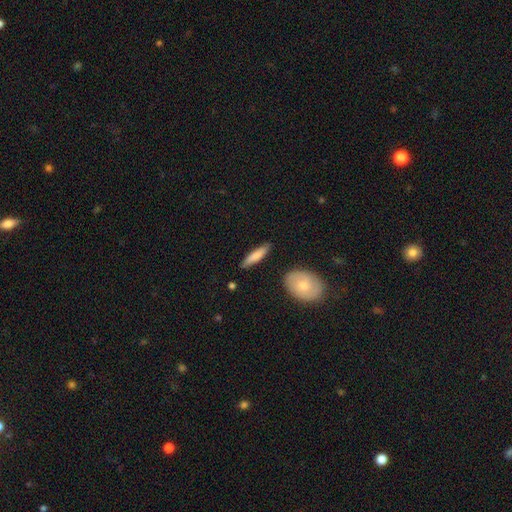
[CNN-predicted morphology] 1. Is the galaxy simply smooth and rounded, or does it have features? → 73% smooth, 22% featured or disk, 5% star or artifact.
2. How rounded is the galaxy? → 74% cigar-shaped, 24% in between, 2% round.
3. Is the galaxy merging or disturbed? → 85% none, 11% minor disturbance, 2% merger, 2% major disturbance.